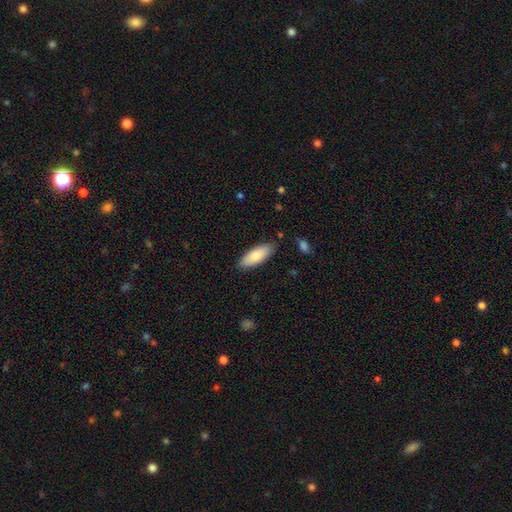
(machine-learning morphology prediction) Overall: smooth (81%). How rounded: in between (72%). Merging: none (85%).